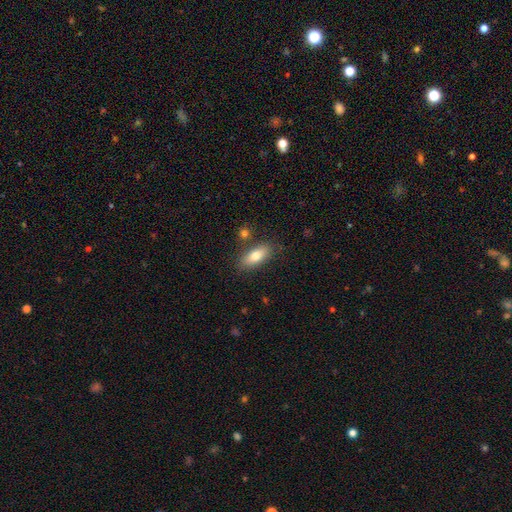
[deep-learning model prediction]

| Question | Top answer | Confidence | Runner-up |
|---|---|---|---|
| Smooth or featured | smooth | 76% | featured or disk (17%) |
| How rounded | in between | 79% | cigar-shaped (18%) |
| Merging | none | 78% | minor disturbance (12%) |